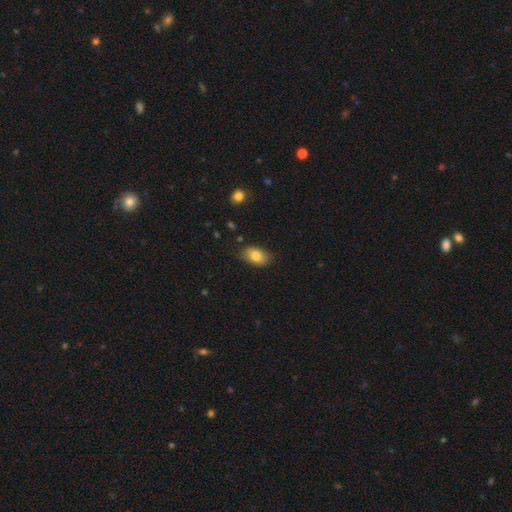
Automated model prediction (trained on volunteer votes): Overall: smooth (83%). How rounded: in between (89%). Merging: none (83%).